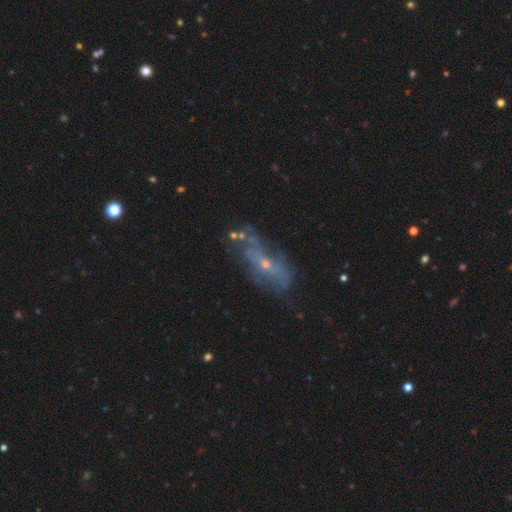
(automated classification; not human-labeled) Morphology: type=featured or disk (65%); edge-on=no (87%); bar=no (77%); spiral arms=no (60%); bulge=small (76%); merging=none (41%).